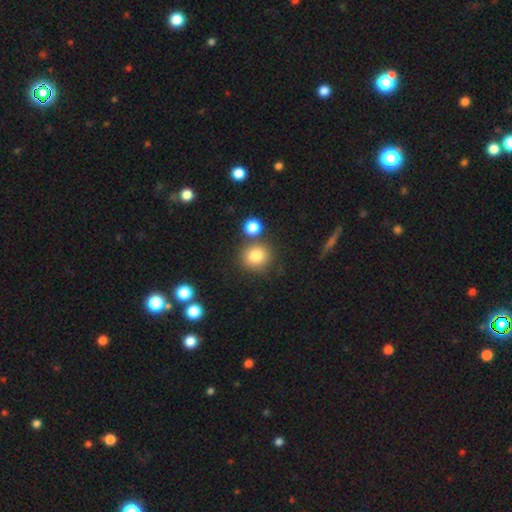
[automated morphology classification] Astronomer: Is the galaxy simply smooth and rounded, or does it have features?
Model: smooth — 82%.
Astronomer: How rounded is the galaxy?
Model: round — 87%.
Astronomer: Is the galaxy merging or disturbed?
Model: none — 75%.